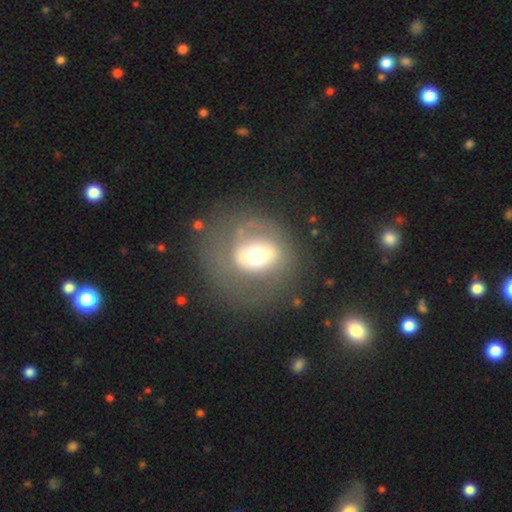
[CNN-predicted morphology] Overall: smooth (45%; featured or disk 43%). Merging: none (64%).